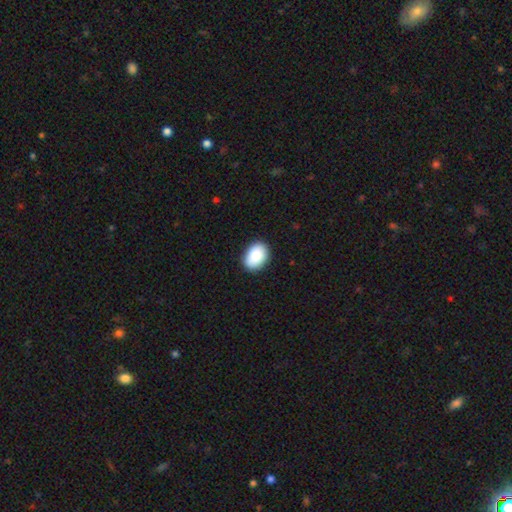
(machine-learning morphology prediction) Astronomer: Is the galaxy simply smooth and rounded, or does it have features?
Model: smooth — 88%.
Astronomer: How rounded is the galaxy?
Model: in between — 78%.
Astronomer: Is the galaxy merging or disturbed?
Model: none — 87%.